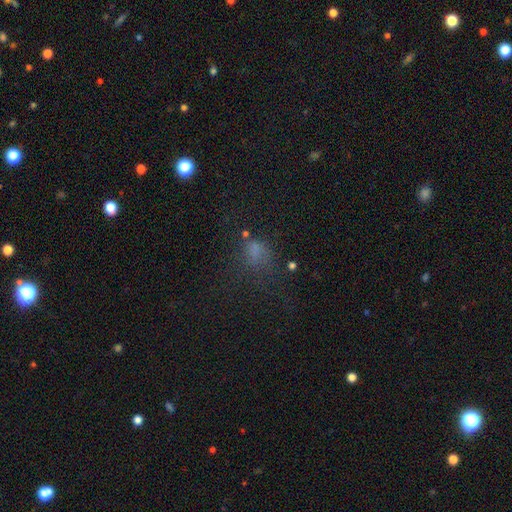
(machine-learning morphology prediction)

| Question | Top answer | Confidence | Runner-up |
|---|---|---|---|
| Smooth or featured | smooth | 51% | star or artifact (35%) |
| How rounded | round | 50% | in between (47%) |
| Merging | none | 53% | major disturbance (23%) |